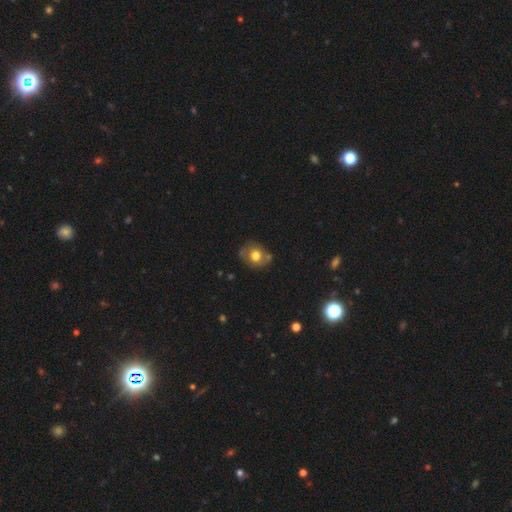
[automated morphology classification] Smooth or featured: smooth — 67% (featured or disk — 23%)
How rounded: round — 66% (in between — 33%)
Merging: none — 68% (minor disturbance — 19%)